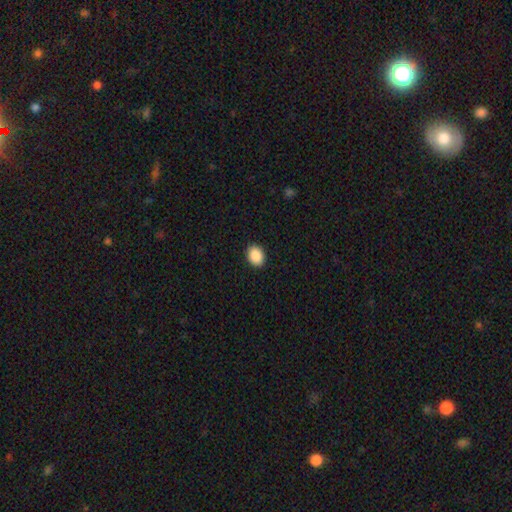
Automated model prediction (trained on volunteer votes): A smooth galaxy with no disk features (90%) that is in between round and cigar-shaped (58%).

Vote fractions:
- Smooth or featured? smooth: 90% / star or artifact: 7% / featured or disk: 3%
- How rounded? in between: 58% / round: 41% / cigar-shaped: 1%
- Merging? none: 91% / minor disturbance: 6% / major disturbance: 2% / merger: 1%